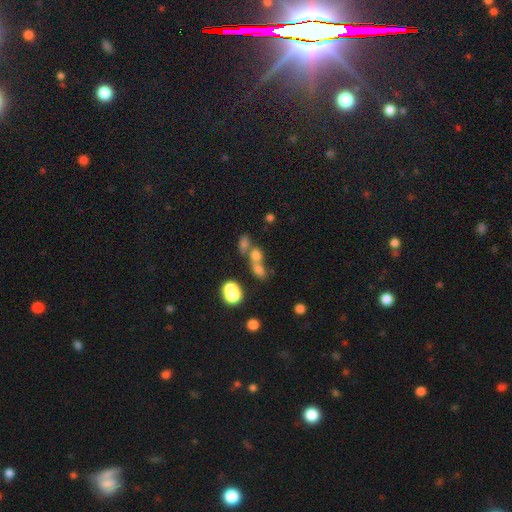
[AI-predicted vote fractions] A smooth galaxy with no disk features (64%) that is round (52%).

Vote fractions:
- Smooth or featured? smooth: 64% / star or artifact: 19% / featured or disk: 17%
- How rounded? round: 52% / in between: 45% / cigar-shaped: 4%
- Merging? merger: 57% / none: 28% / minor disturbance: 8% / major disturbance: 7%